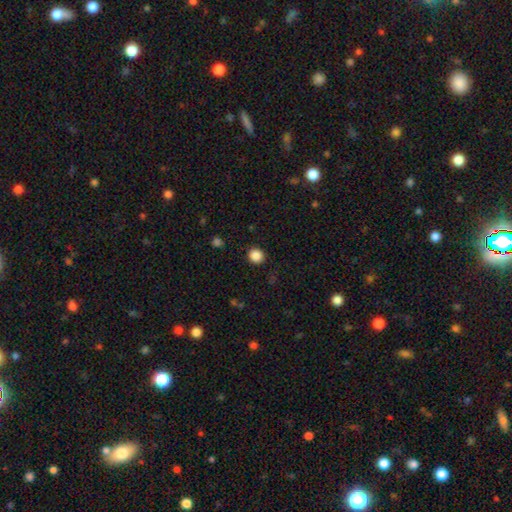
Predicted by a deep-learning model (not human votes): Smooth or featured? Predicted: smooth (p=0.87). How rounded? Predicted: round (p=0.91). Merging? Predicted: none (p=0.92).